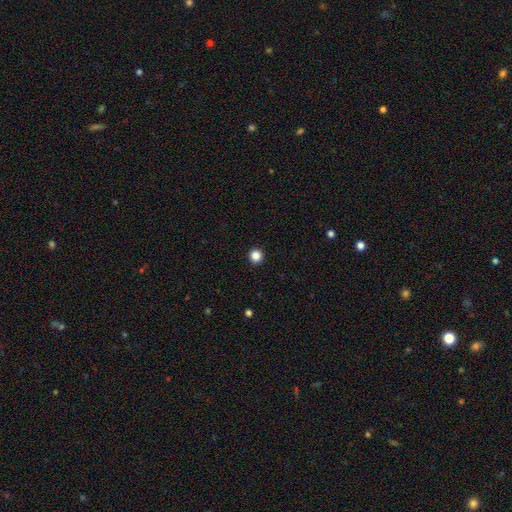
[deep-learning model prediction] Morphology: type=smooth (86%); roundness=round (95%); merging=none (94%).